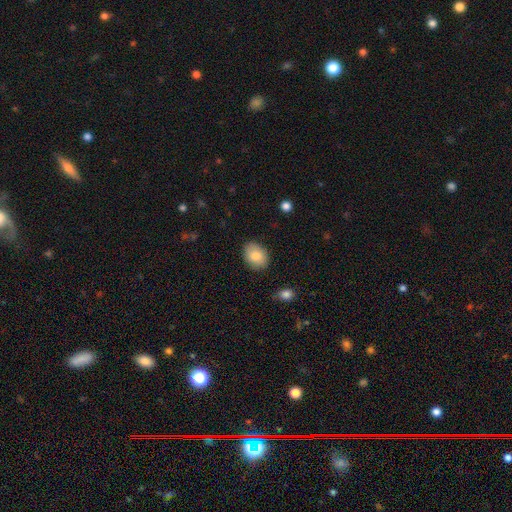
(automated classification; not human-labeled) A smooth galaxy with no disk features (82%) that is in between round and cigar-shaped (70%). Merging: none (86%).